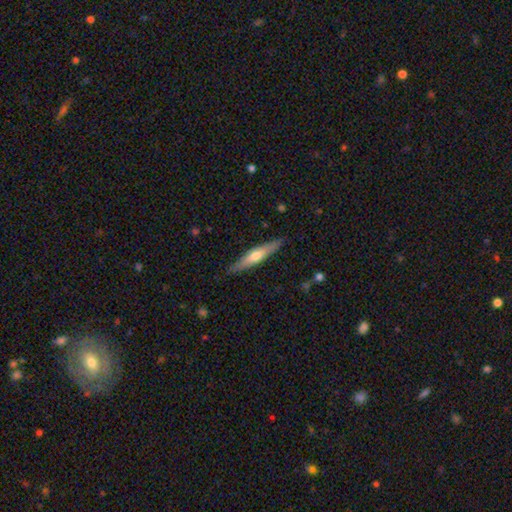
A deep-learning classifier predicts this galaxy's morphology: Overall: featured or disk (53%; smooth 42%). Edge-on disk: yes (94%). Merging: none (88%).